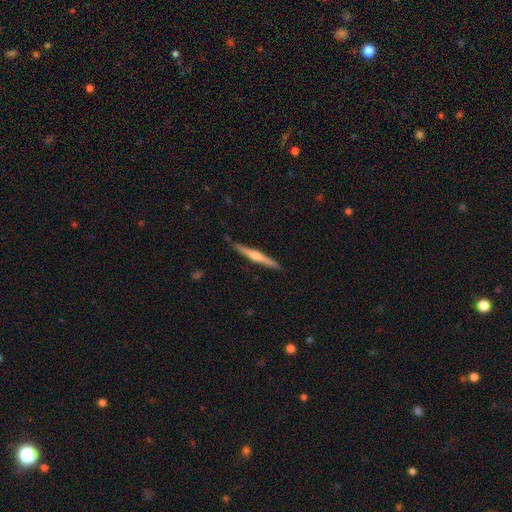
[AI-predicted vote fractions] smooth_or_featured: featured or disk (p=0.68) [alt: smooth p=0.27]
disk_edge_on: yes (p=0.98) [alt: no p=0.02]
edge_on_bulge: rounded (p=0.83) [alt: none p=0.09]
merging: none (p=0.88) [alt: minor disturbance p=0.09]